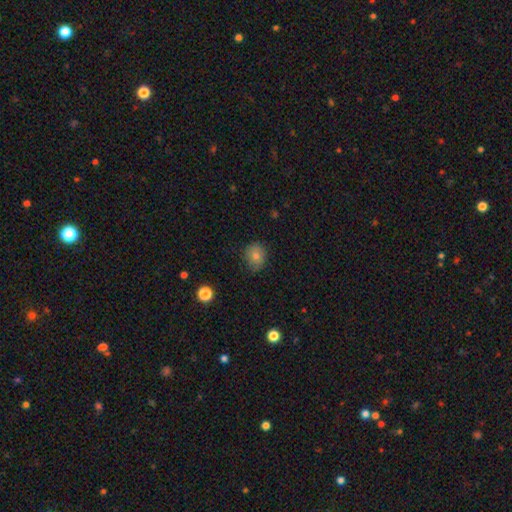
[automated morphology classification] Smooth or featured: smooth — 75% (star or artifact — 13%)
How rounded: round — 65% (in between — 34%)
Merging: none — 78% (minor disturbance — 17%)